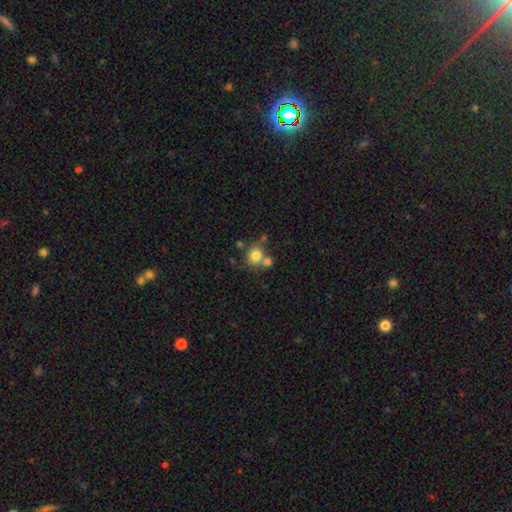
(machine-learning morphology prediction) The model was most divided on "merging": none: 57%, merger: 28%, minor disturbance: 11%, major disturbance: 4%. More confident: how rounded — round (82%); smooth or featured — smooth (80%).